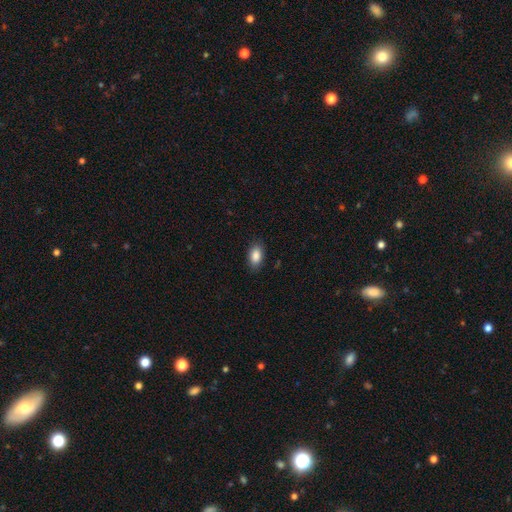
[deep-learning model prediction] Morphology: type=smooth (88%); roundness=in between (91%); merging=none (86%).